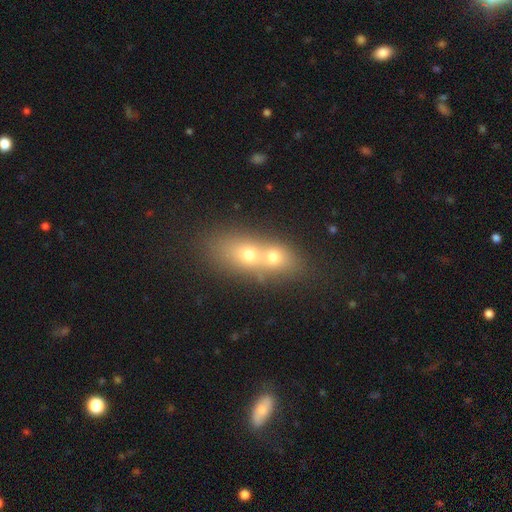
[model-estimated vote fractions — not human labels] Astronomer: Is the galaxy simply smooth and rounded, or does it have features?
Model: smooth — 57%.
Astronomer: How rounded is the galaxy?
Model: in between — 56% (runner-up: round, 35%).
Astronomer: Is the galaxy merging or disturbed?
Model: merger — 74%.